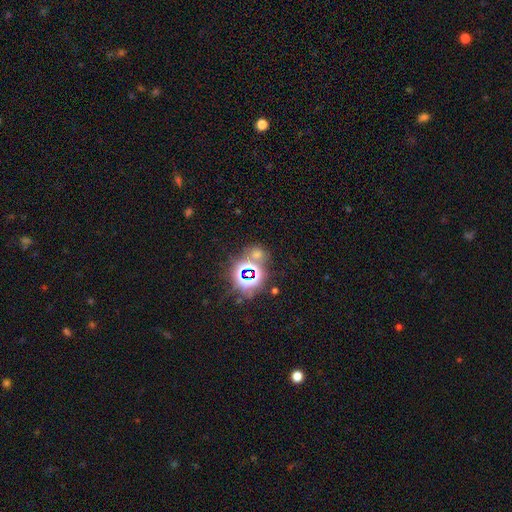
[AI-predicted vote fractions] Smooth or featured: star or artifact — 71% (smooth — 20%)